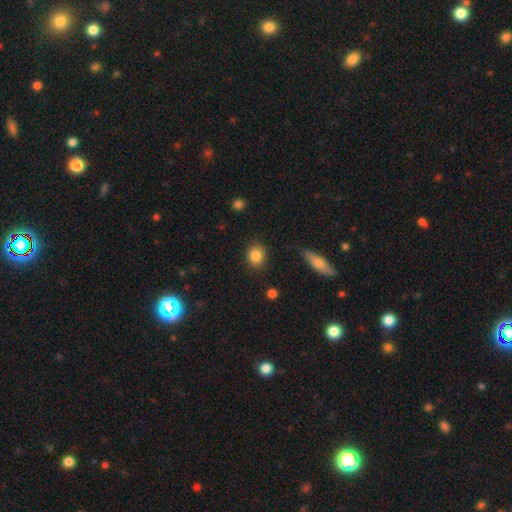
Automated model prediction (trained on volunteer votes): A smooth galaxy with no disk features (85%) that is round (57%).

Vote fractions:
- Smooth or featured? smooth: 85% / star or artifact: 9% / featured or disk: 7%
- How rounded? round: 57% / in between: 42% / cigar-shaped: 2%
- Merging? none: 86% / minor disturbance: 10% / major disturbance: 2% / merger: 2%